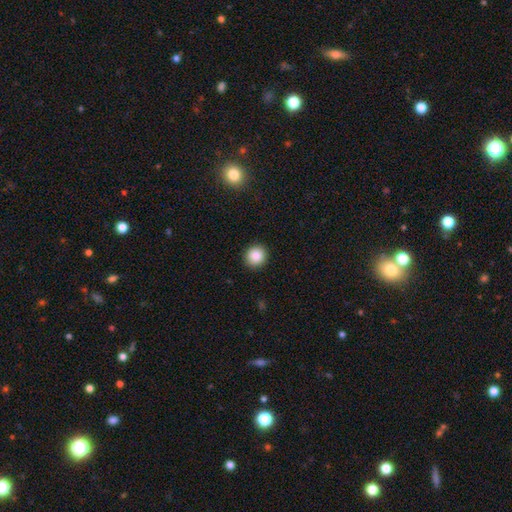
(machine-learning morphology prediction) smooth_or_featured: smooth (p=0.87) [alt: star or artifact p=0.09]
how_rounded: round (p=0.92) [alt: in between p=0.07]
merging: none (p=0.92) [alt: minor disturbance p=0.05]